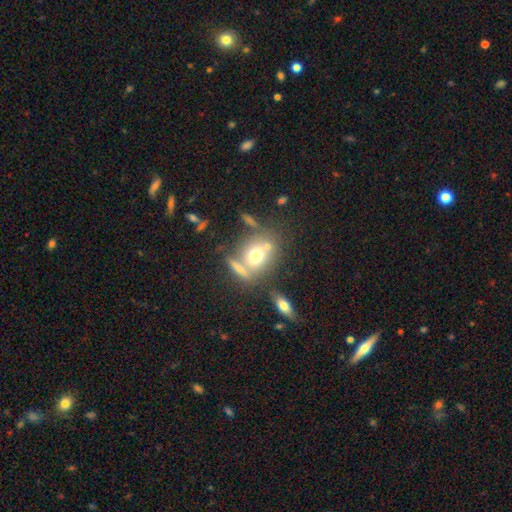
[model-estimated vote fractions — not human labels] Smooth or featured? smooth (66%)
How rounded? round (57%)
Merging? none (55%)